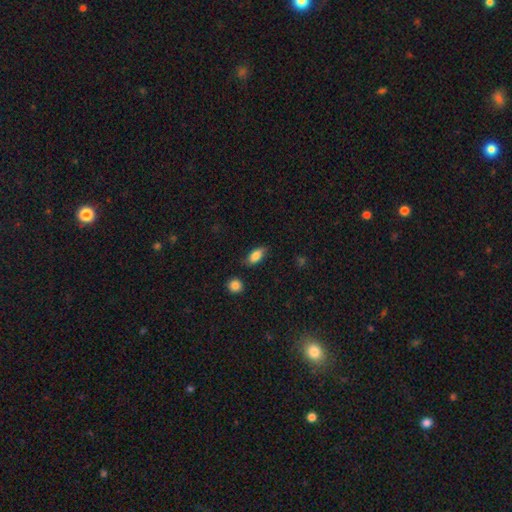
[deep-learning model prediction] Q: Smooth or featured?
A: smooth (82%); runner-up: featured or disk (11%)
Q: How rounded?
A: in between (86%); runner-up: cigar-shaped (10%)
Q: Merging?
A: none (77%); runner-up: minor disturbance (17%)